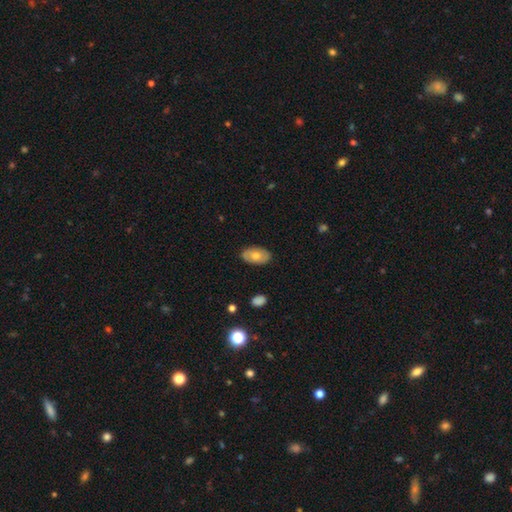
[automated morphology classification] Q: Smooth or featured?
A: smooth (59%); runner-up: featured or disk (34%)
Q: How rounded?
A: in between (92%); runner-up: round (7%)
Q: Merging?
A: none (84%); runner-up: minor disturbance (12%)